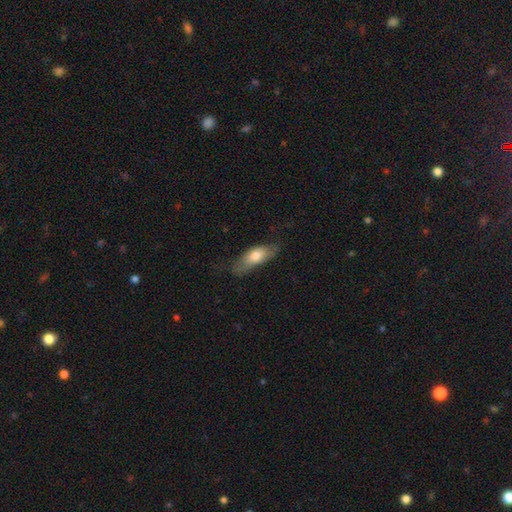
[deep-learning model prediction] Smooth or featured: smooth — 69% (featured or disk — 25%)
How rounded: in between — 69% (cigar-shaped — 29%)
Merging: none — 58% (minor disturbance — 29%)